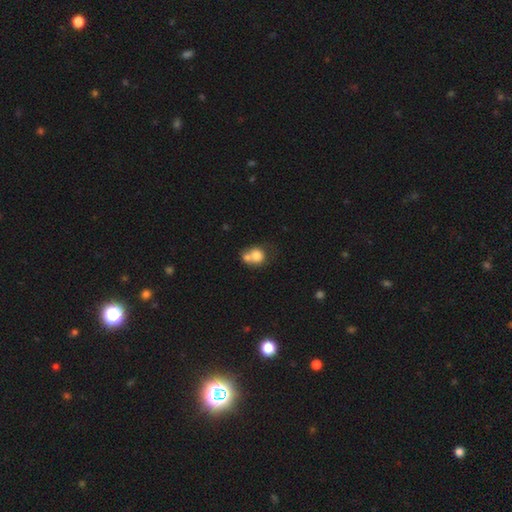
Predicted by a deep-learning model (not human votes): Smooth or featured?
  - smooth: 76% *
  - featured or disk: 15%
  - star or artifact: 9%
How rounded?
  - round: 73% *
  - in between: 26%
  - cigar-shaped: 1%
Merging?
  - merger: 57% *
  - none: 29%
  - minor disturbance: 9%
  - major disturbance: 5%